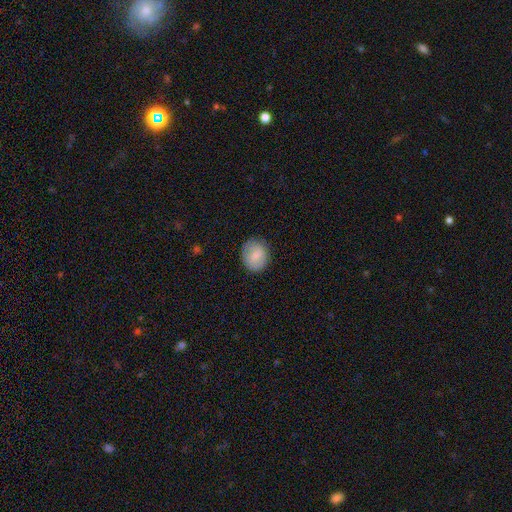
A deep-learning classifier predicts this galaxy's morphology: A smooth galaxy with no disk features (74%) that is round (68%). Merging: none (84%).